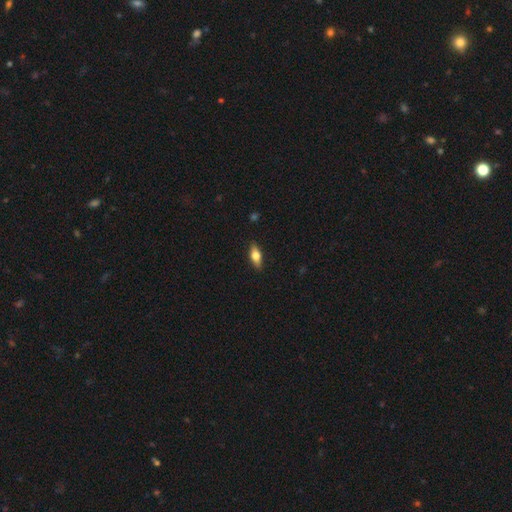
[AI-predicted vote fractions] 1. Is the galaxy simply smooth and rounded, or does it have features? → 57% smooth, 36% featured or disk, 7% star or artifact.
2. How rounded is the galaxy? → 72% in between, 24% cigar-shaped, 4% round.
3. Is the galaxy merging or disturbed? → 87% none, 10% minor disturbance, 2% major disturbance, 1% merger.